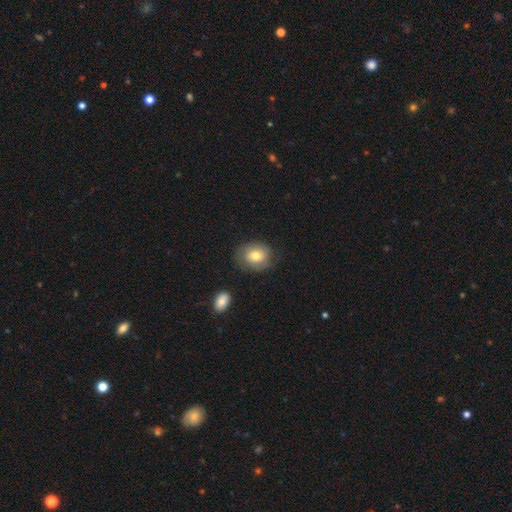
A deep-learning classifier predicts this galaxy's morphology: Smooth or featured: smooth — 70% (featured or disk — 22%)
How rounded: in between — 50% (round — 49%)
Merging: none — 74% (minor disturbance — 18%)